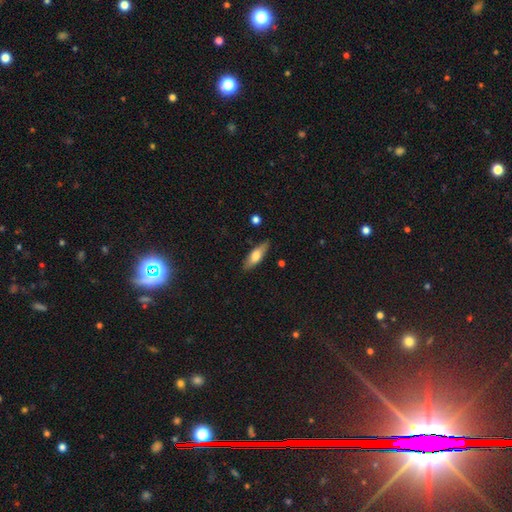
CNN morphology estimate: Smooth or featured? smooth (66%)
How rounded? in between (52%)
Merging? none (84%)